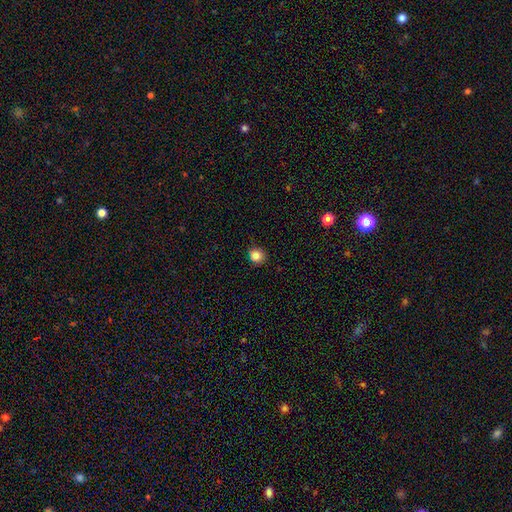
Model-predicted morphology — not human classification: This is clearly a smooth galaxy (83%). How rounded: clearly round (87%). Merging: clearly none (87%).